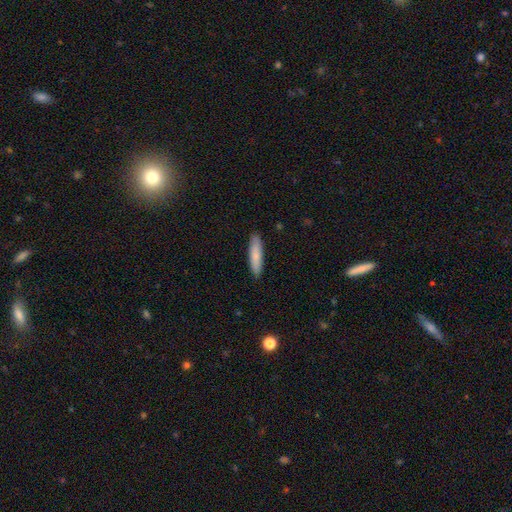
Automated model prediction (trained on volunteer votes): Smooth or featured? smooth (82%)
How rounded? cigar-shaped (77%)
Merging? none (90%)